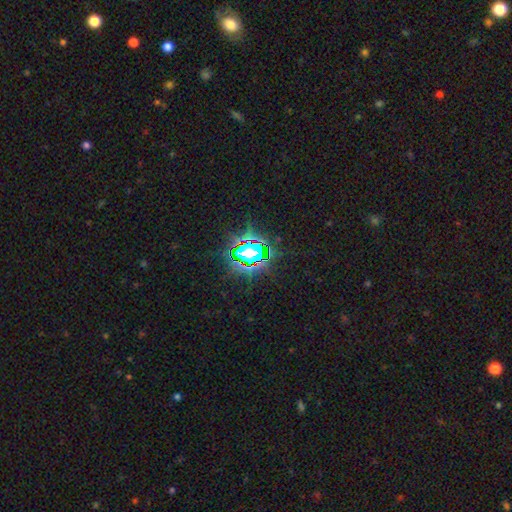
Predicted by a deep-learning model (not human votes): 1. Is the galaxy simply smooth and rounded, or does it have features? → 78% star or artifact, 14% smooth, 8% featured or disk.